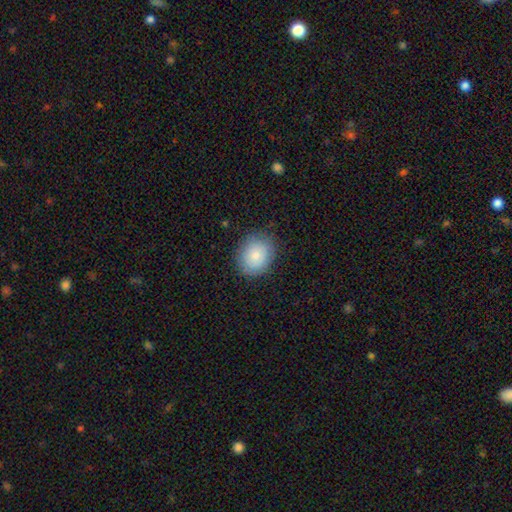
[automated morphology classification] type=smooth (83%); roundness=round (63%); merging=none (85%).